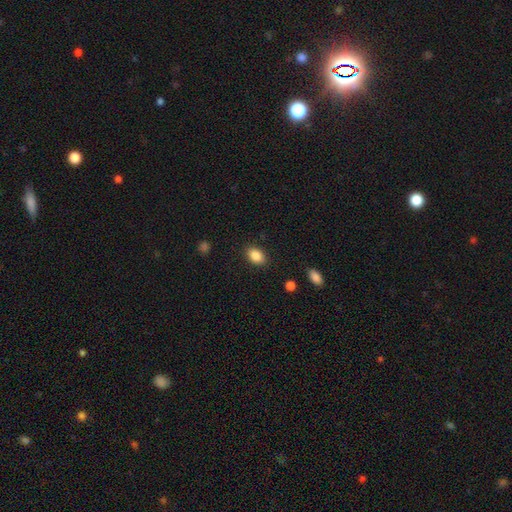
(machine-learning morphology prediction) smooth_or_featured: smooth (p=0.88) [alt: star or artifact p=0.08]
how_rounded: in between (p=0.83) [alt: round p=0.16]
merging: none (p=0.87) [alt: minor disturbance p=0.09]